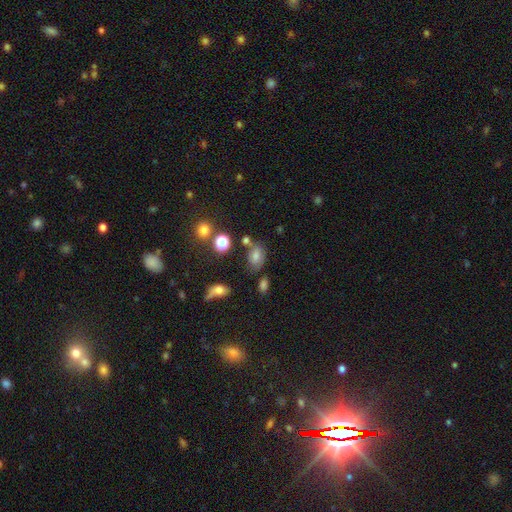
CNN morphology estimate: type=smooth (64%); roundness=in between (75%); merging=none (62%).